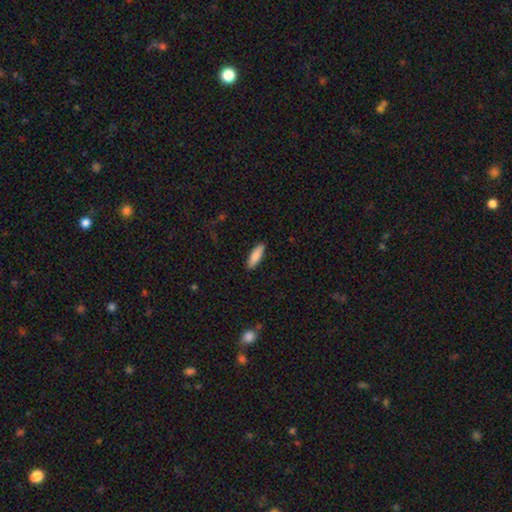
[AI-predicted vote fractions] This appears to be a smooth galaxy with no disk features (86%) that is in between round and cigar-shaped (53%). Merging: none (89%).